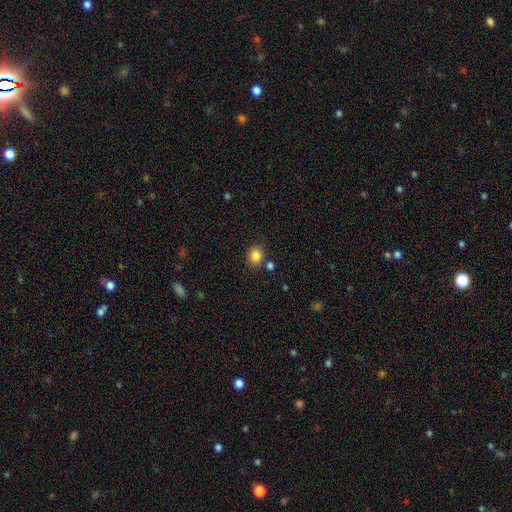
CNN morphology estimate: Smooth or featured: smooth — 85% (star or artifact — 10%)
How rounded: round — 70% (in between — 29%)
Merging: none — 79% (minor disturbance — 10%)